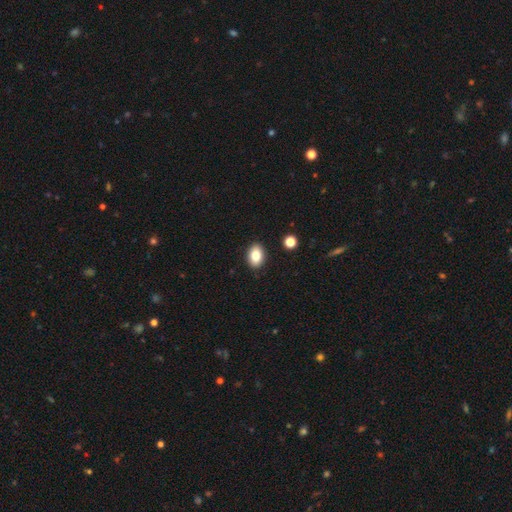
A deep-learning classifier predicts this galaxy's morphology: A smooth galaxy with no disk features (82%) that is in between round and cigar-shaped (83%).

Vote fractions:
- Smooth or featured? smooth: 82% / featured or disk: 9% / star or artifact: 9%
- How rounded? in between: 83% / round: 16% / cigar-shaped: 1%
- Merging? none: 89% / minor disturbance: 7% / merger: 2% / major disturbance: 2%